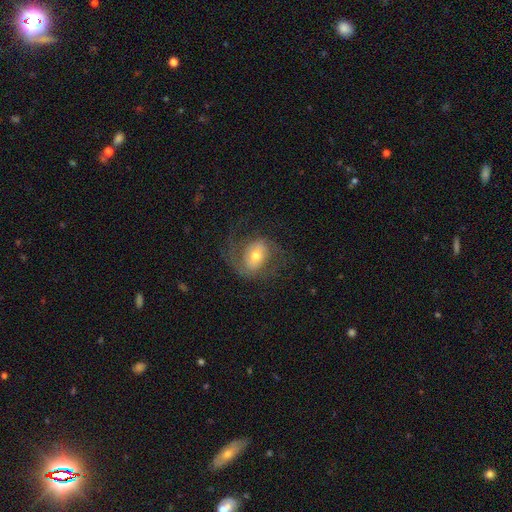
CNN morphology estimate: Smooth or featured?
  - featured or disk: 72% *
  - smooth: 21%
  - star or artifact: 7%
Edge-on disk?
  - no: 97% *
  - yes: 3%
Bar?
  - weak: 42% *
  - no: 38%
  - strong: 20%
Spiral arms?
  - yes: 89% *
  - no: 11%
Spiral winding?
  - medium: 49% *
  - loose: 32%
  - tight: 19%
Spiral arm count?
  - 2: 76% *
  - 1: 10%
  - can't tell: 8%
  - 3: 3%
  - 4: 1%
  - more than 4: 1%
Bulge size?
  - moderate: 63% *
  - small: 26%
  - large: 9%
  - dominant: 1%
  - none: 1%
Merging?
  - none: 61% *
  - major disturbance: 21%
  - minor disturbance: 17%
  - merger: 1%